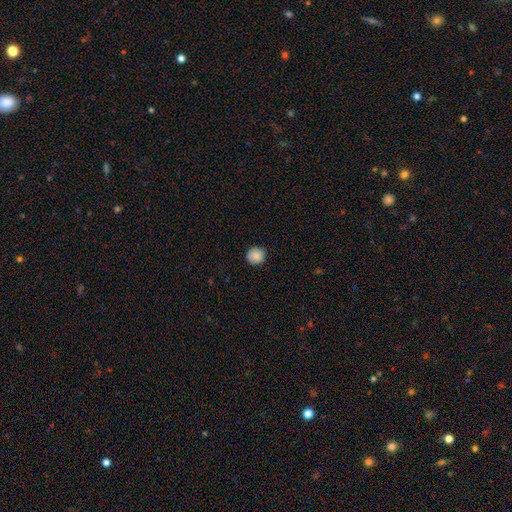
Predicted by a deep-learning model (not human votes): Morphology: type=smooth (88%); roundness=round (91%); merging=none (89%).